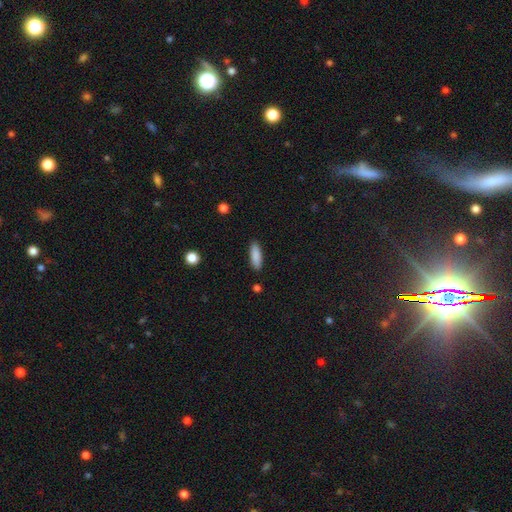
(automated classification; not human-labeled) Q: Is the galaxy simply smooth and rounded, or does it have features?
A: smooth — 87%.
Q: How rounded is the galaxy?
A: in between — 55%.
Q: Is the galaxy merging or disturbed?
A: none — 88%.